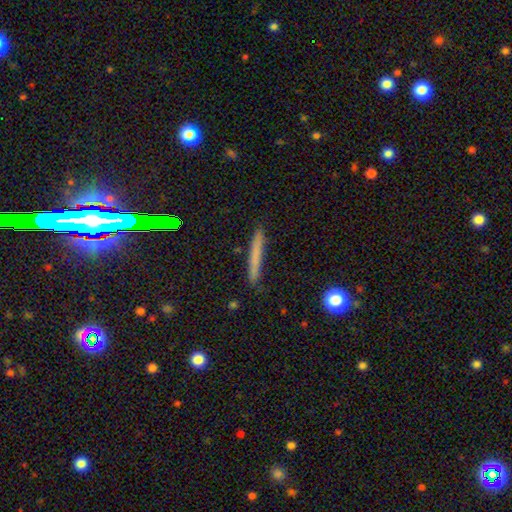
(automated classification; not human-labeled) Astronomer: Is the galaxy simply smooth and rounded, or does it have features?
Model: smooth — 67%.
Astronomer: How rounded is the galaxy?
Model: cigar-shaped — 96%.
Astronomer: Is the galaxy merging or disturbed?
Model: none — 87%.